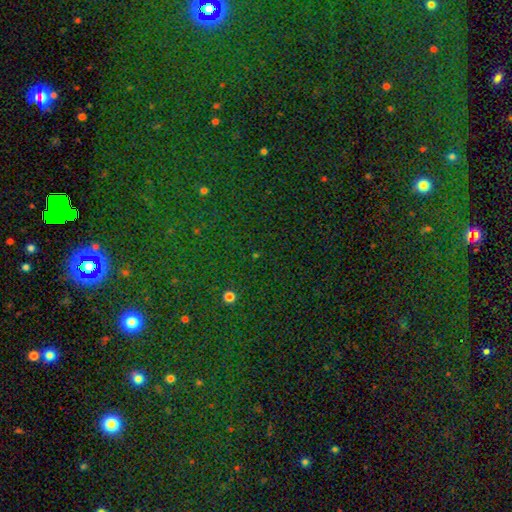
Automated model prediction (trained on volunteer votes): A star or artifact, not a galaxy (71%).

Vote fractions:
- Smooth or featured? star or artifact: 71% / smooth: 22% / featured or disk: 7%